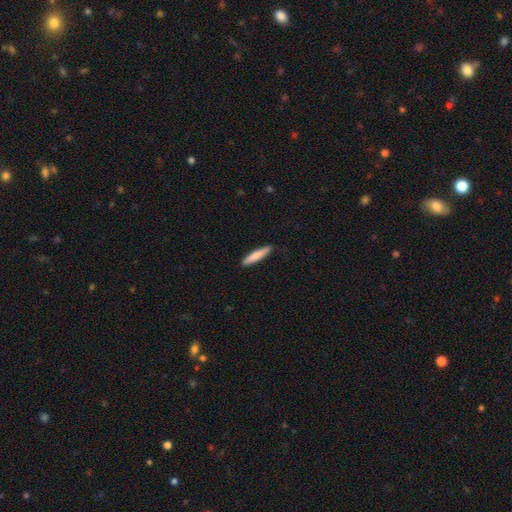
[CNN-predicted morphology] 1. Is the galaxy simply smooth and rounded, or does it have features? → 77% smooth, 18% featured or disk, 5% star or artifact.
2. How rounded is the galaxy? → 89% cigar-shaped, 9% in between, 1% round.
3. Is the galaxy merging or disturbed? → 90% none, 8% minor disturbance, 1% major disturbance, 1% merger.